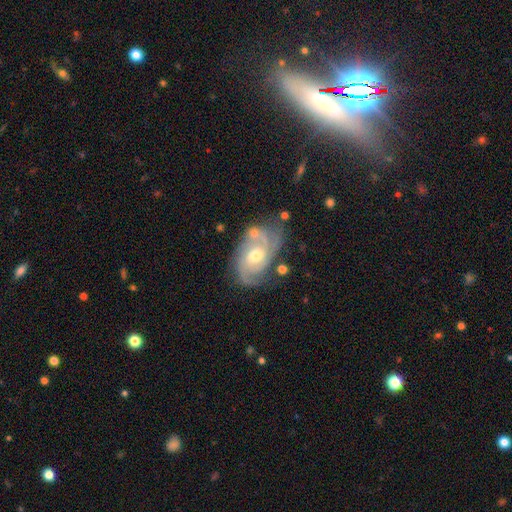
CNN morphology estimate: A featured or disk galaxy (86%) with no bar (58%), 2 (44%) tight (54%) spiral arms (96%) and a moderate central bulge (71%).

Vote fractions:
- Smooth or featured? featured or disk: 86% / smooth: 7% / star or artifact: 7%
- Edge-on disk? no: 96% / yes: 4%
- Bar? no: 58% / weak: 34% / strong: 8%
- Spiral arms? yes: 96% / no: 4%
- Spiral winding? tight: 54% / medium: 38% / loose: 8%
- Spiral arm count? 2: 44% / 3: 28% / can't tell: 15% / 4: 5% / 1: 4% / more than 4: 4%
- Bulge size? moderate: 71% / small: 22% / large: 5% / none: 1% / dominant: 1%
- Merging? none: 66% / minor disturbance: 20% / major disturbance: 7% / merger: 7%